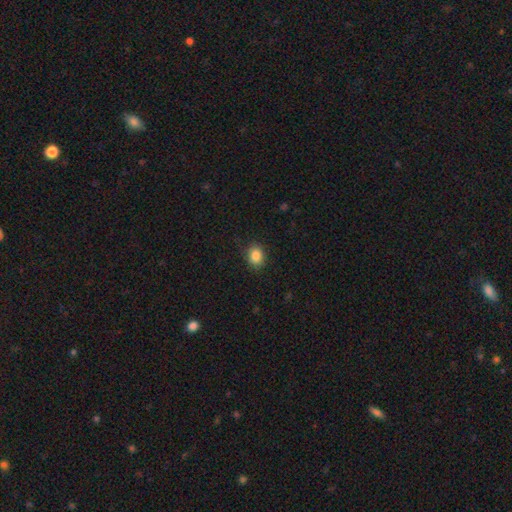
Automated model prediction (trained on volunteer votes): Smooth or featured? smooth (86%)
How rounded? round (55%)
Merging? none (85%)